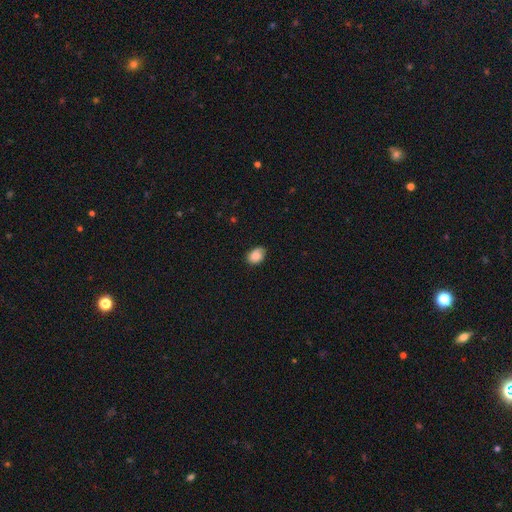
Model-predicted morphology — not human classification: Smooth or featured?
  - smooth: 84% *
  - star or artifact: 8%
  - featured or disk: 8%
How rounded?
  - in between: 74% *
  - round: 25%
  - cigar-shaped: 1%
Merging?
  - none: 70% *
  - minor disturbance: 24%
  - major disturbance: 4%
  - merger: 1%